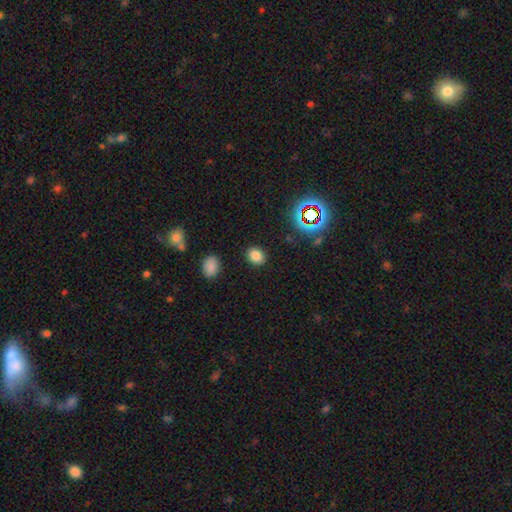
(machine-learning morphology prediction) type=smooth (80%); roundness=in between (61%); merging=none (87%).